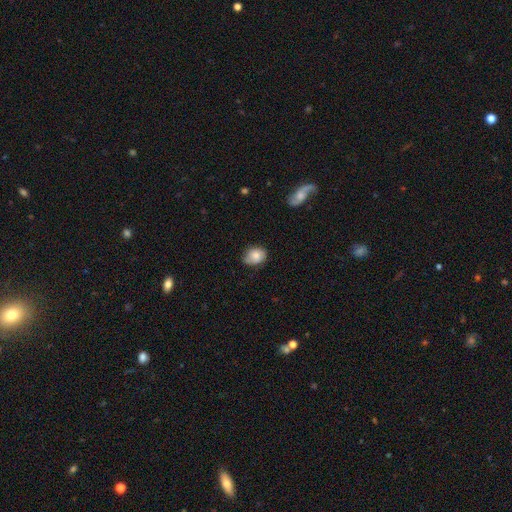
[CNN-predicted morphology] This appears to be a smooth galaxy with no disk features (78%) that is in between round and cigar-shaped (60%). Merging: none (63%).